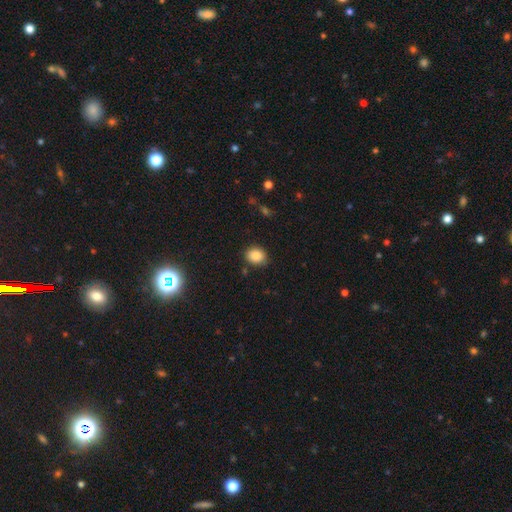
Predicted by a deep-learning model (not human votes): This is clearly a smooth galaxy (86%). How rounded: possibly round (52%). Merging: clearly none (82%).